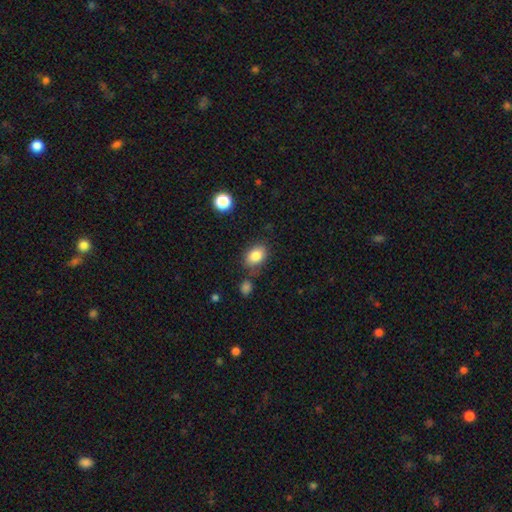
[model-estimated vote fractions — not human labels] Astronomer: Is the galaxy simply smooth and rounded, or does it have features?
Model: smooth — 84%.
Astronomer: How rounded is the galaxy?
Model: in between — 77%.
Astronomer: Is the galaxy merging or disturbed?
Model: none — 74%.